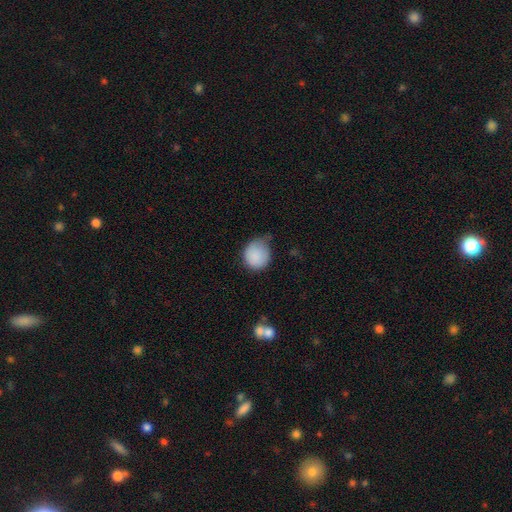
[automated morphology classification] A smooth galaxy with no disk features (86%) that is round (77%). Merging: minor disturbance (47%).